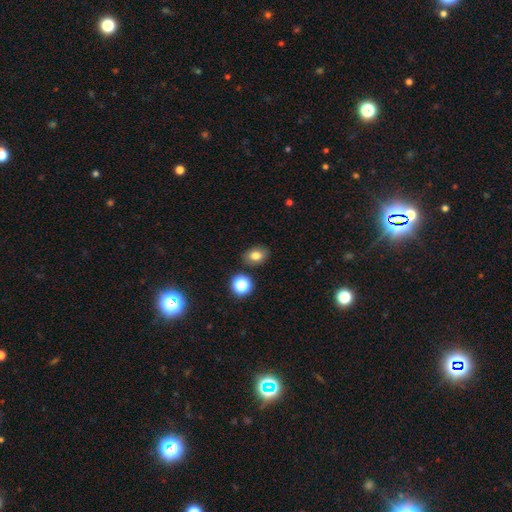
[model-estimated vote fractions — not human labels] smooth_or_featured: smooth (p=0.79) [alt: star or artifact p=0.13]
how_rounded: in between (p=0.65) [alt: round p=0.34]
merging: none (p=0.84) [alt: minor disturbance p=0.10]